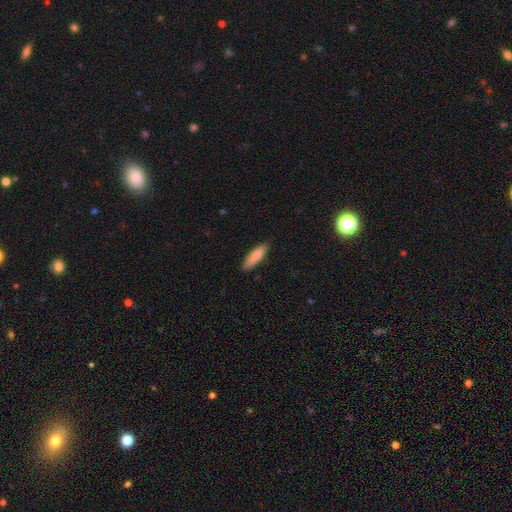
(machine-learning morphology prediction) A smooth galaxy with no disk features (85%) that is cigar-shaped (60%). Merging: none (84%).